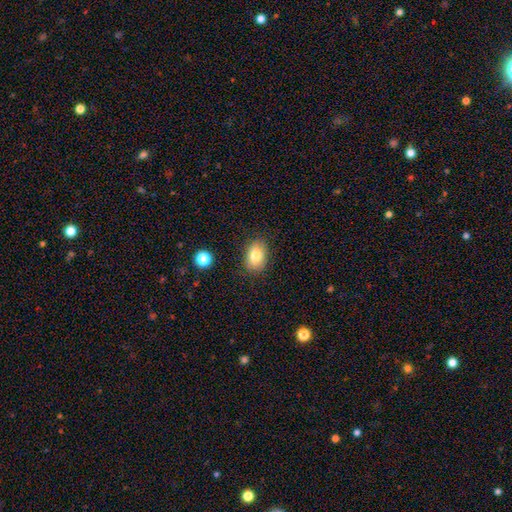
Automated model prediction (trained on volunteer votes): Smooth or featured: smooth — 79% (featured or disk — 12%)
How rounded: in between — 83% (round — 15%)
Merging: none — 83% (minor disturbance — 13%)